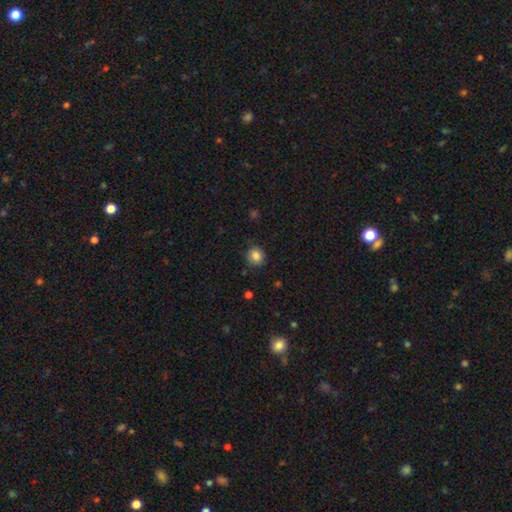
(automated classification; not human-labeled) The model was most divided on "how rounded": round: 84%, in between: 16%, cigar-shaped: 1%. More confident: smooth or featured — smooth (86%); merging — none (82%).